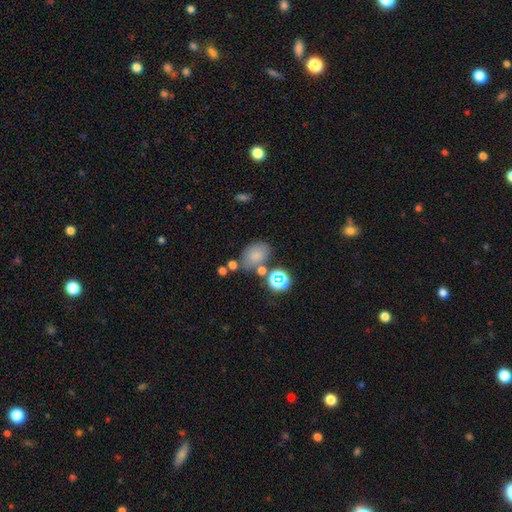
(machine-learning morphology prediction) smooth-or-featured: smooth: 73% | star or artifact: 16% | featured or disk: 11%
  how-rounded: in between: 75% | round: 24% | cigar-shaped: 1%
  merging: none: 61% | minor disturbance: 17% | merger: 16% | major disturbance: 7%